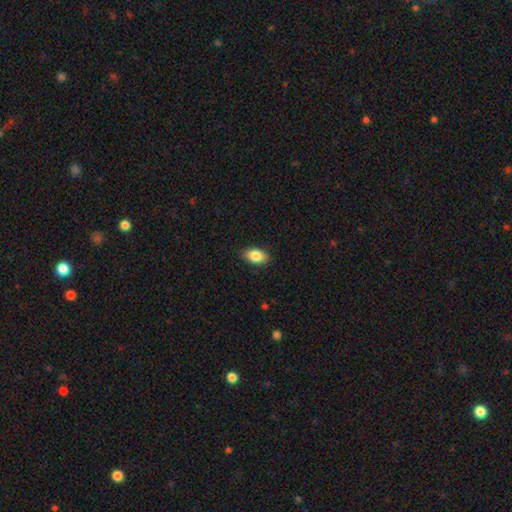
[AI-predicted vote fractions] A smooth galaxy with no disk features (84%) that is in between round and cigar-shaped (89%). Merging: none (87%).